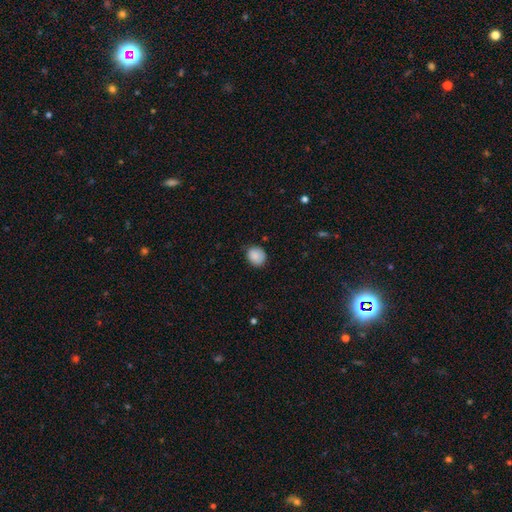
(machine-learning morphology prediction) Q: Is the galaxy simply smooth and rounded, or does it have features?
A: smooth — 87%.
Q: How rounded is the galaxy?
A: round — 69%.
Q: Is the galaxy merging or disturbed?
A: none — 76%.